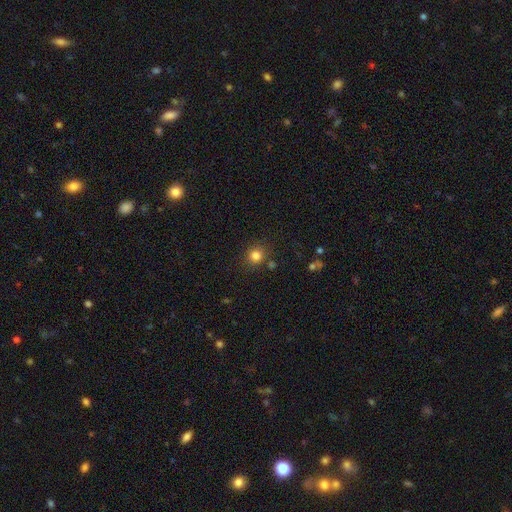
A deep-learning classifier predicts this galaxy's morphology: Smooth or featured?
  - smooth: 82% *
  - star or artifact: 13%
  - featured or disk: 5%
How rounded?
  - round: 88% *
  - in between: 11%
  - cigar-shaped: 1%
Merging?
  - none: 83% *
  - minor disturbance: 9%
  - merger: 5%
  - major disturbance: 3%